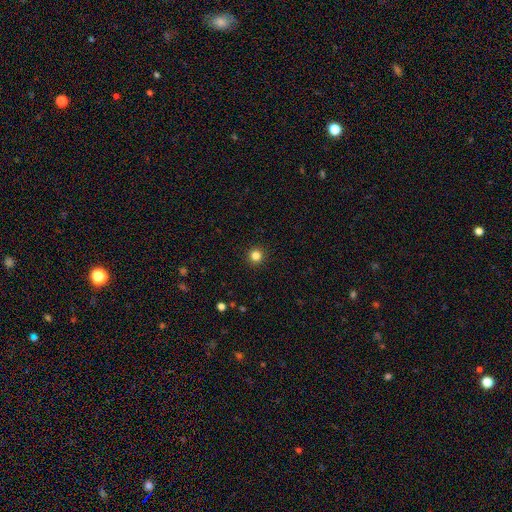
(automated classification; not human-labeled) smooth-or-featured: smooth: 83% | star or artifact: 12% | featured or disk: 4%
  how-rounded: round: 96% | in between: 3% | cigar-shaped: 1%
  merging: none: 93% | minor disturbance: 4% | major disturbance: 2% | merger: 1%